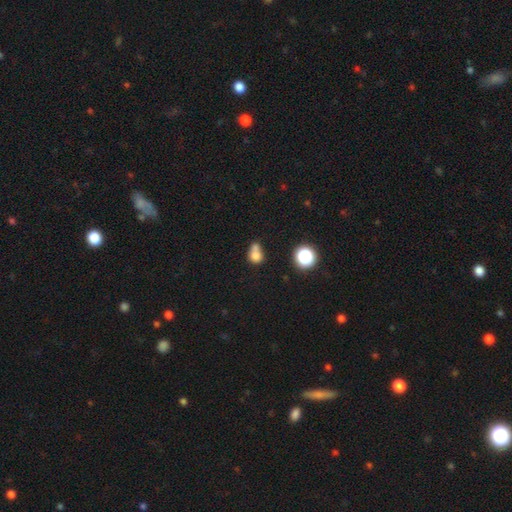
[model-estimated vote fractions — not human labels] Smooth or featured: smooth — 74% (star or artifact — 13%)
How rounded: round — 70% (in between — 29%)
Merging: merger — 52% (none — 32%)